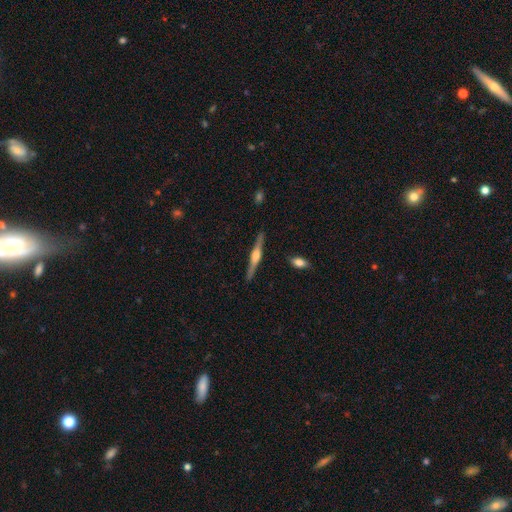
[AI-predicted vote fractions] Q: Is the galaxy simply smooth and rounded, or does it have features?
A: featured or disk — 78%.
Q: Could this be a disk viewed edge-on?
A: yes — 98%.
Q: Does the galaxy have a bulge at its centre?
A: rounded — 87%.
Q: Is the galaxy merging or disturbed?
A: none — 89%.